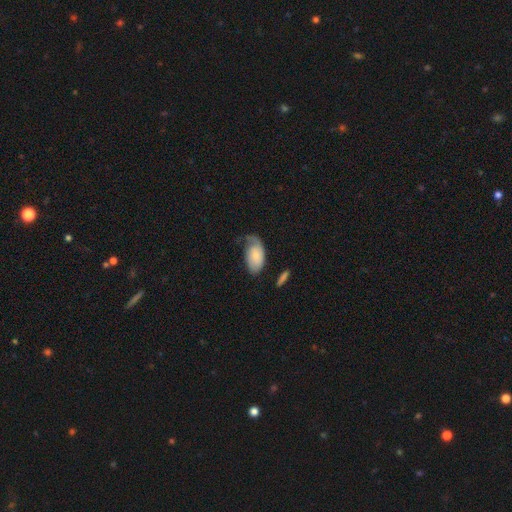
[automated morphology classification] Overall: smooth (61%; featured or disk 33%). How rounded: in between (94%). Merging: none (33%; minor disturbance 32%).